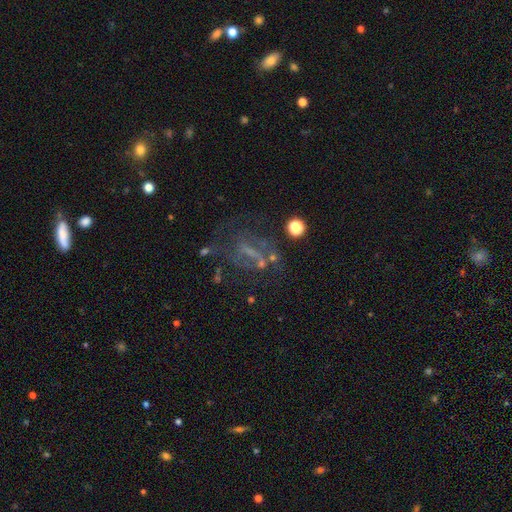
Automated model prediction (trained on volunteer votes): A featured or disk galaxy (45%).

Vote fractions:
- Smooth or featured? featured or disk: 45% / star or artifact: 36% / smooth: 19%
- Merging? none: 47% / major disturbance: 28% / minor disturbance: 17% / merger: 8%